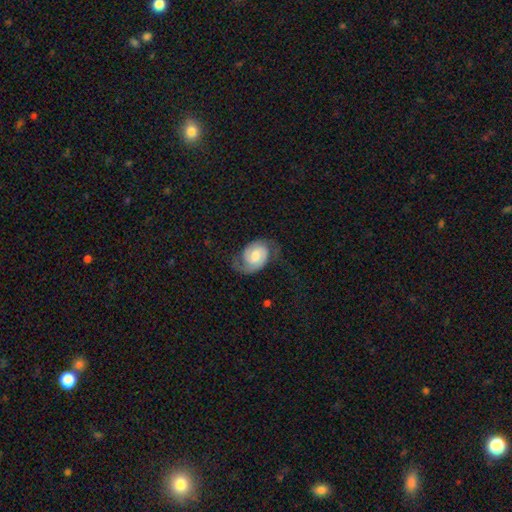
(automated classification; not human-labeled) Overall: featured or disk (71%). Edge-on disk: no (97%). Bar: no (49%; weak 43%). Spiral arms: yes (94%). Spiral arm count: 2 (84%). Spiral winding: medium (43%; tight 33%). Bulge size: moderate (52%; small 22%). Merging: none (58%; minor disturbance 23%).